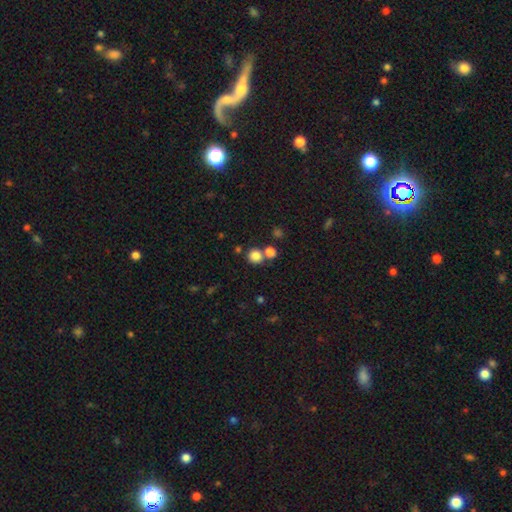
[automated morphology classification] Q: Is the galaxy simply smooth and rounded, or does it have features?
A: smooth — 83%.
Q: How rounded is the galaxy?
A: round — 87%.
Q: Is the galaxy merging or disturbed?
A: none — 61%.